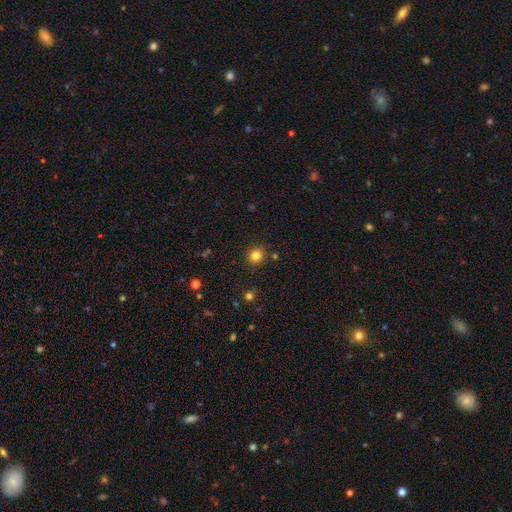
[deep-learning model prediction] A smooth galaxy with no disk features (81%) that is round (88%). Merging: none (89%).